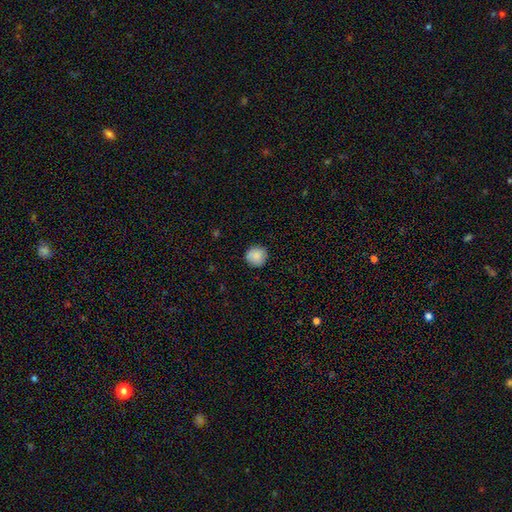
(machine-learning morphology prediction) Q: Smooth or featured?
A: smooth (88%); runner-up: star or artifact (8%)
Q: How rounded?
A: round (94%); runner-up: in between (5%)
Q: Merging?
A: none (89%); runner-up: minor disturbance (8%)